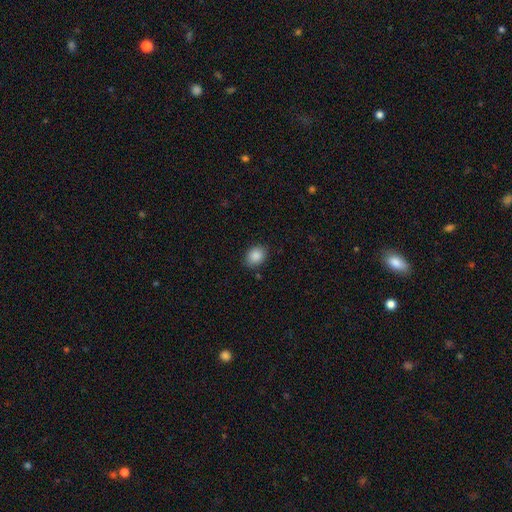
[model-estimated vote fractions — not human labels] A smooth galaxy with no disk features (88%) that is round (51%).

Vote fractions:
- Smooth or featured? smooth: 88% / star or artifact: 8% / featured or disk: 4%
- How rounded? round: 51% / in between: 48% / cigar-shaped: 1%
- Merging? none: 83% / minor disturbance: 13% / major disturbance: 3% / merger: 2%